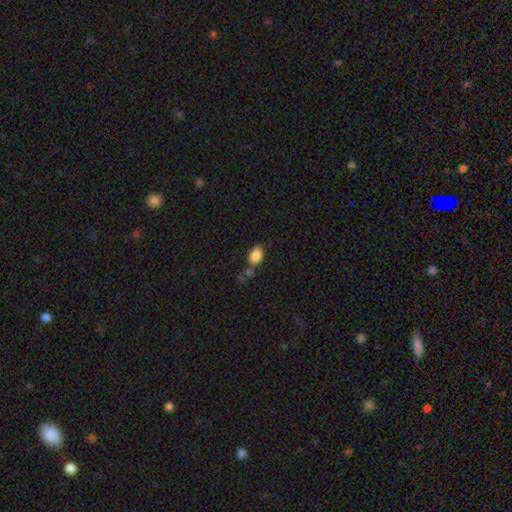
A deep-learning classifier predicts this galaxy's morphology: The model was most divided on "merging": none: 65%, merger: 15%, minor disturbance: 15%, major disturbance: 5%. More confident: how rounded — in between (87%); smooth or featured — smooth (86%).